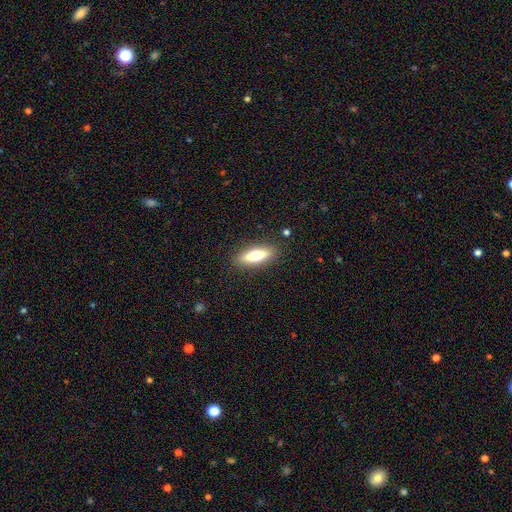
This appears to be a smooth galaxy with no disk features (62%) that is cigar-shaped (54%). Merging: none (95%).